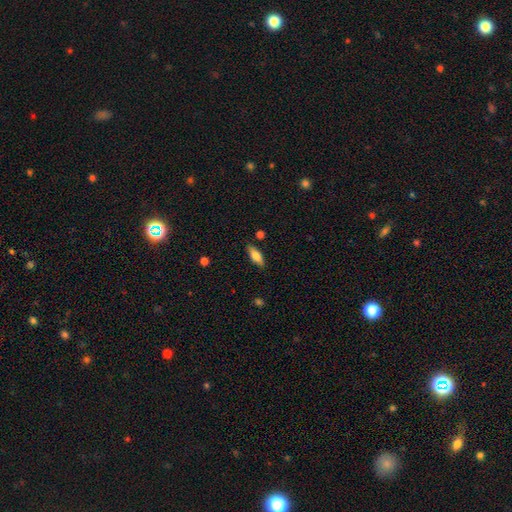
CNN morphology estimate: smooth-or-featured: smooth: 74% | featured or disk: 19% | star or artifact: 7%
  how-rounded: in between: 69% | cigar-shaped: 29% | round: 2%
  merging: none: 84% | minor disturbance: 12% | major disturbance: 2% | merger: 2%